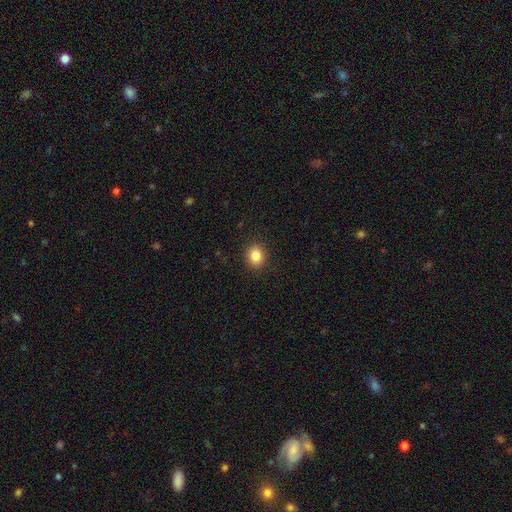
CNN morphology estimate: This is clearly a smooth galaxy (84%). How rounded: likely round (65%). Merging: clearly none (91%).